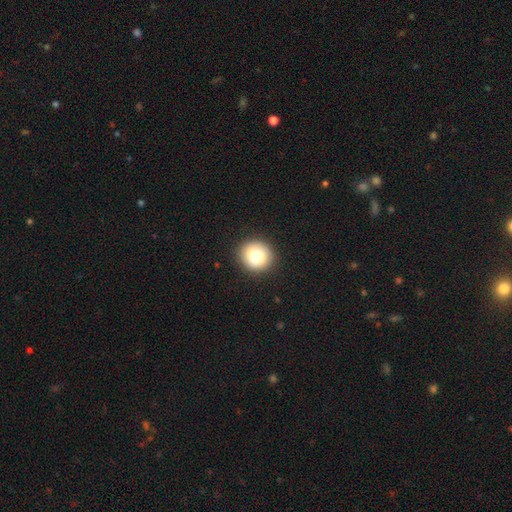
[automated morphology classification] A smooth galaxy with no disk features (85%) that is round (88%).

Vote fractions:
- Smooth or featured? smooth: 85% / star or artifact: 8% / featured or disk: 6%
- How rounded? round: 88% / in between: 11% / cigar-shaped: 1%
- Merging? none: 90% / minor disturbance: 7% / major disturbance: 2% / merger: 1%